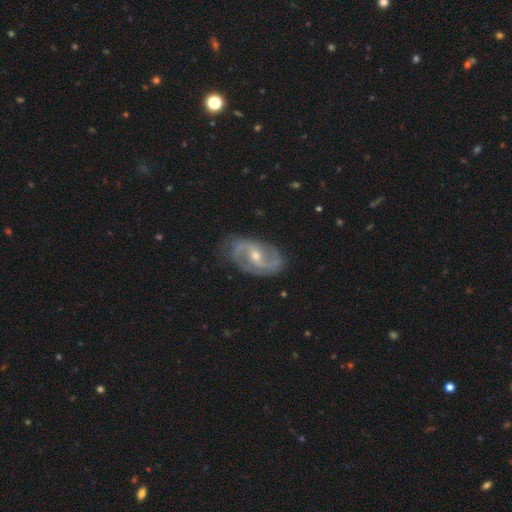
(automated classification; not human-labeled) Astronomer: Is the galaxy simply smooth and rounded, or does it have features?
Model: featured or disk — 89%.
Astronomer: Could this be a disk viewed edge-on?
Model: no — 97%.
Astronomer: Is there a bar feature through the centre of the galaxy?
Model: weak — 46% (runner-up: no, 36%).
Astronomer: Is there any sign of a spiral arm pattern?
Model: yes — 97%.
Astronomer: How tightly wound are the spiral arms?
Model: medium — 53%.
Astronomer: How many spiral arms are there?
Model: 2 — 89%.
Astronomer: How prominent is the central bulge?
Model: moderate — 49% (runner-up: small, 48%).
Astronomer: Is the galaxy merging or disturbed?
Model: none — 79%.